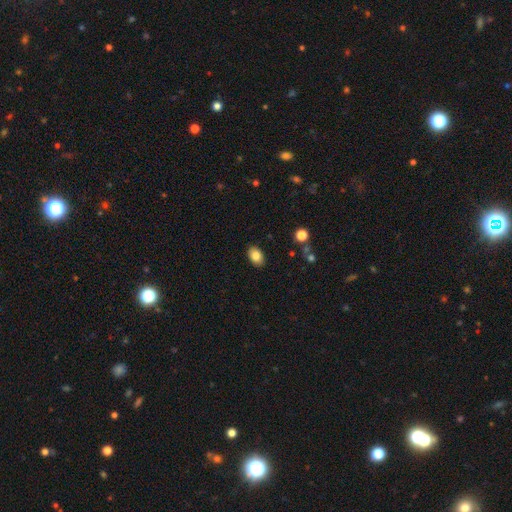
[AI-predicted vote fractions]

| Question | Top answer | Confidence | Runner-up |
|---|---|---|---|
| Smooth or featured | smooth | 83% | featured or disk (9%) |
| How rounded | in between | 83% | round (16%) |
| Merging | none | 88% | minor disturbance (9%) |